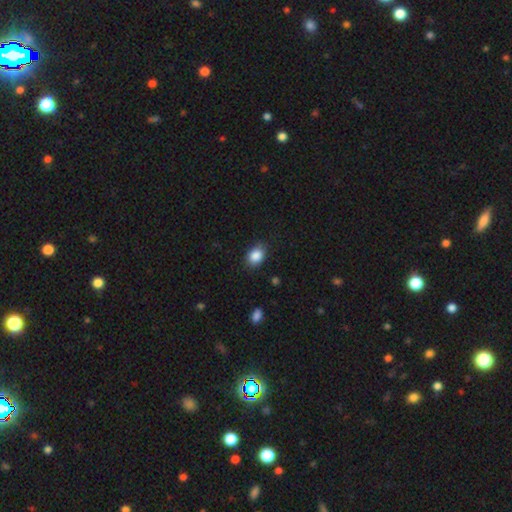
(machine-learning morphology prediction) Smooth or featured? Predicted: smooth (p=0.87). How rounded? Predicted: in between (p=0.70). Merging? Predicted: none (p=0.81).